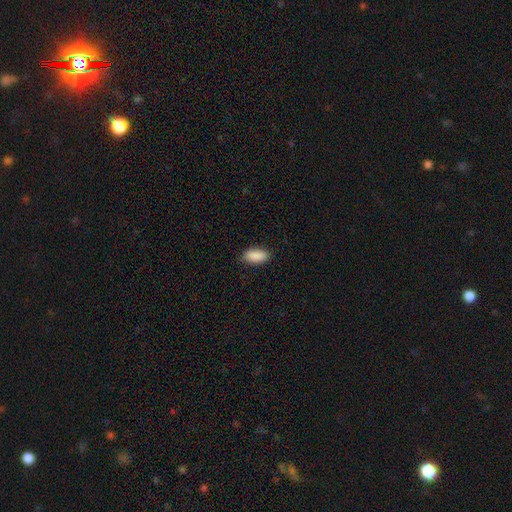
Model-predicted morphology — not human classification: A smooth galaxy with no disk features (90%) that is in between round and cigar-shaped (88%).

Vote fractions:
- Smooth or featured? smooth: 90% / star or artifact: 6% / featured or disk: 3%
- How rounded? in between: 88% / cigar-shaped: 10% / round: 2%
- Merging? none: 86% / minor disturbance: 11% / major disturbance: 2% / merger: 1%